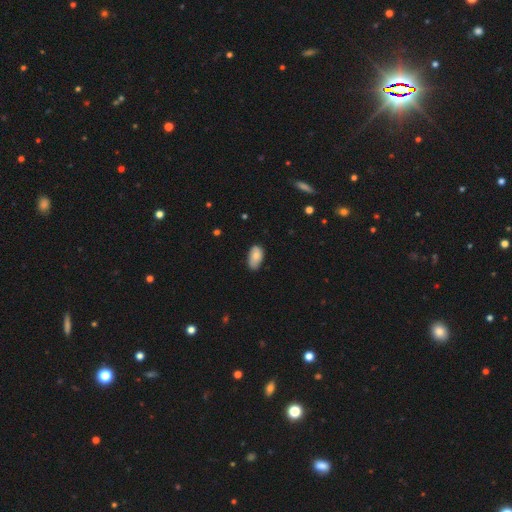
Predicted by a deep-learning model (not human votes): Smooth or featured: smooth — 79% (featured or disk — 15%)
How rounded: in between — 94% (round — 4%)
Merging: none — 72% (minor disturbance — 23%)